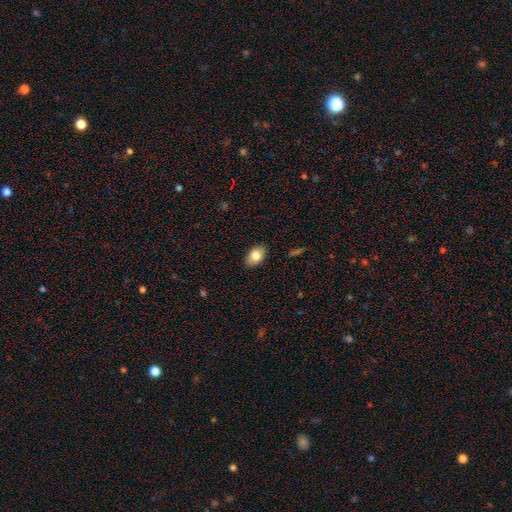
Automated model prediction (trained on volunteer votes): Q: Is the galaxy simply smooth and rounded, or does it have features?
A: smooth — 80%.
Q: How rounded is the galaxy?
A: in between — 88%.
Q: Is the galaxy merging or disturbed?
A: none — 87%.